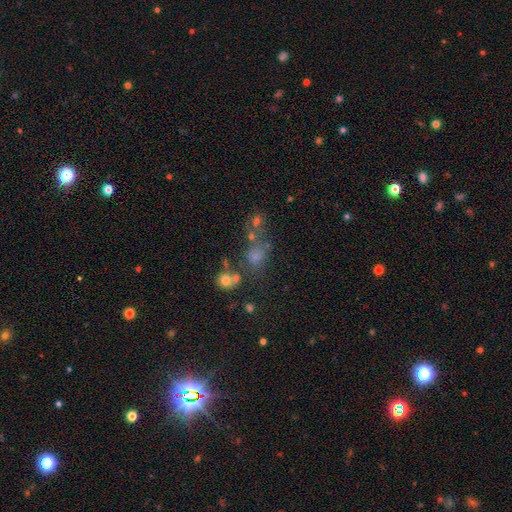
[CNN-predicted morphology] A smooth galaxy with no disk features (51%) that is round (67%). Merging: none (53%).